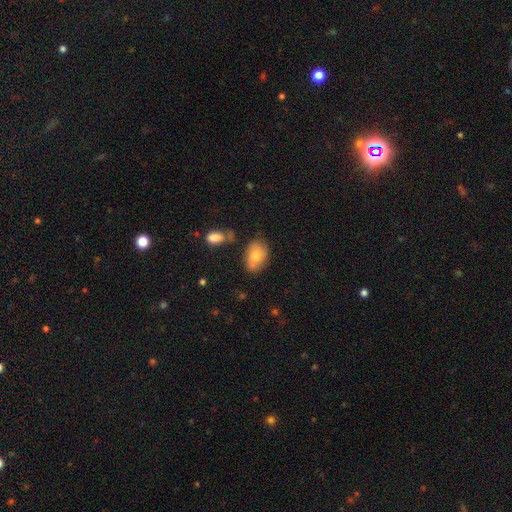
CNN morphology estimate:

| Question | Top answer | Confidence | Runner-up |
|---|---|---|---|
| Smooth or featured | smooth | 69% | featured or disk (23%) |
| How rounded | in between | 84% | round (15%) |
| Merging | none | 57% | minor disturbance (25%) |